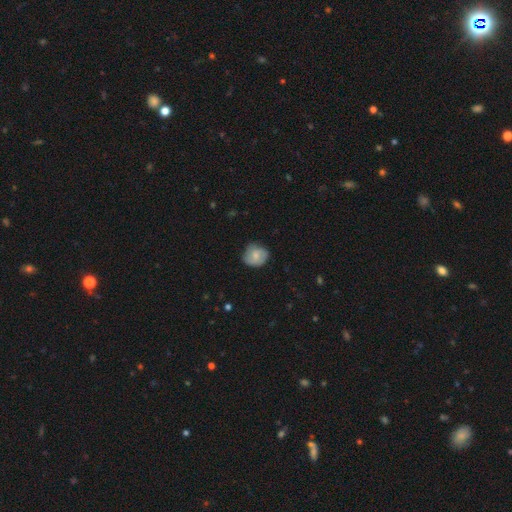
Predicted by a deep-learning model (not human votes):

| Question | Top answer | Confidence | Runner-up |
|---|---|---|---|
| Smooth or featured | smooth | 68% | featured or disk (25%) |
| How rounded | round | 77% | in between (22%) |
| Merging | none | 71% | minor disturbance (23%) |